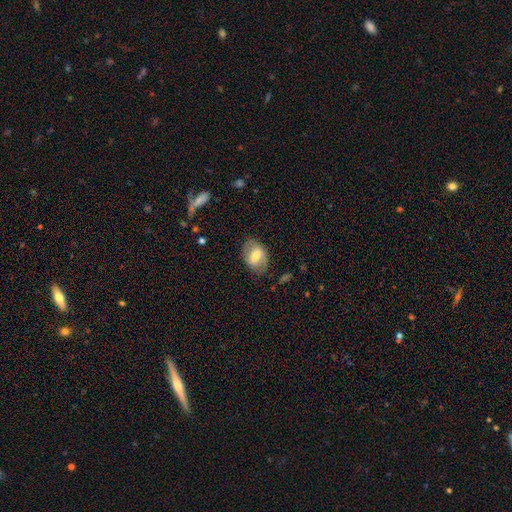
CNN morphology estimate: Smooth or featured? Predicted: smooth (p=0.52). How rounded? Predicted: in between (p=0.76). Merging? Predicted: none (p=0.75).